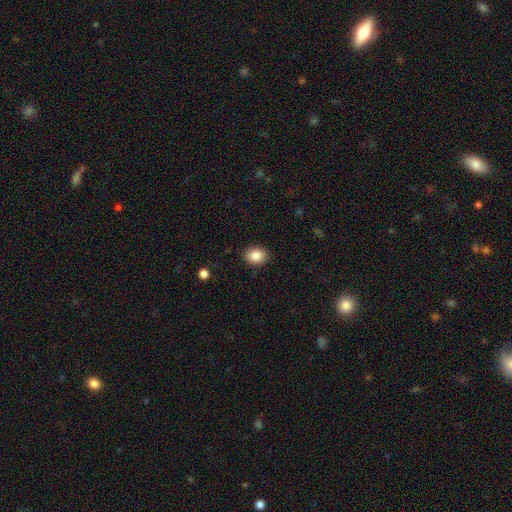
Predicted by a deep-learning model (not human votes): Smooth or featured: smooth — 85% (star or artifact — 9%)
How rounded: in between — 55% (round — 44%)
Merging: none — 89% (minor disturbance — 8%)